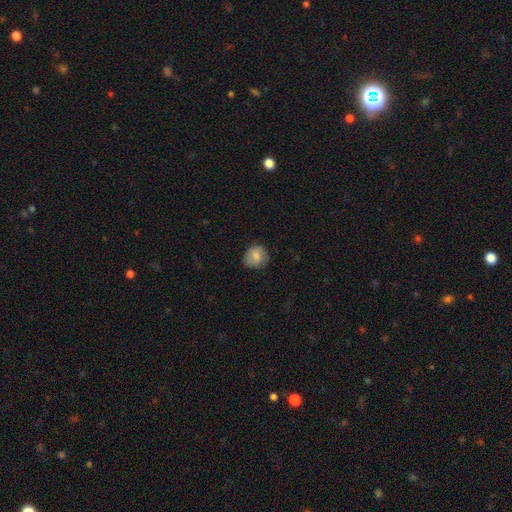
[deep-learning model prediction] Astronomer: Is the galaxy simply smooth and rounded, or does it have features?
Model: smooth — 79%.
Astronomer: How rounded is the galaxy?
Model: round — 77%.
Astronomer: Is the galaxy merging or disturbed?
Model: none — 72%.